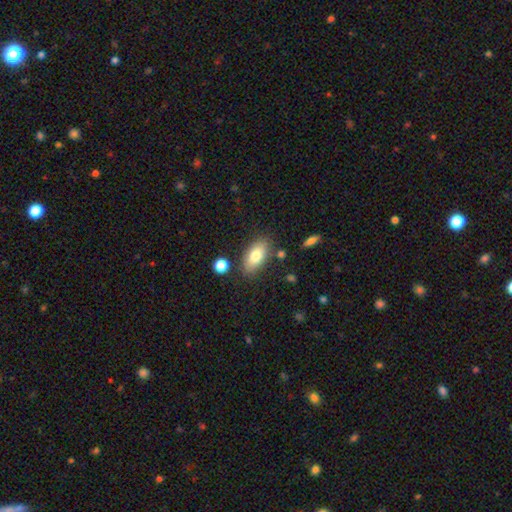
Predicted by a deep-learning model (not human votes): This appears to be a smooth galaxy with no disk features (79%) that is in between round and cigar-shaped (90%). Merging: none (80%).